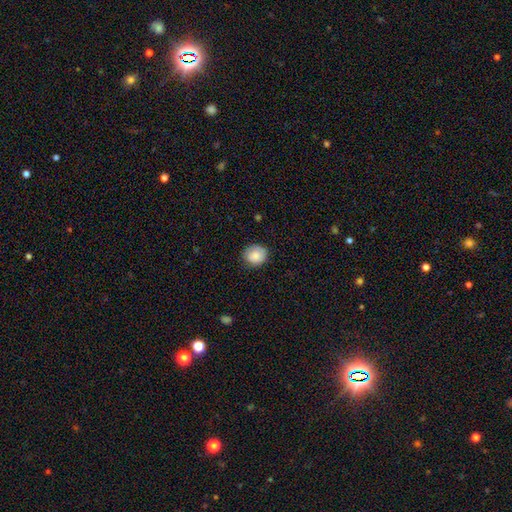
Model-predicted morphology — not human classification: smooth_or_featured: smooth (p=0.82) [alt: featured or disk p=0.10]
how_rounded: round (p=0.84) [alt: in between p=0.15]
merging: none (p=0.80) [alt: minor disturbance p=0.16]